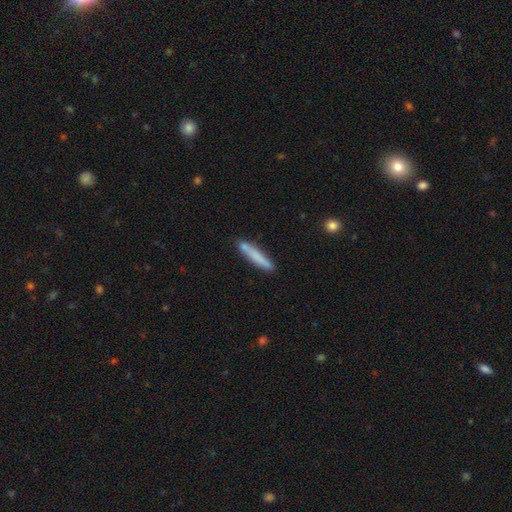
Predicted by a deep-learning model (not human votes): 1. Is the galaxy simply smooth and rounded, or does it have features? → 76% smooth, 18% featured or disk, 6% star or artifact.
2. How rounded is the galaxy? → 93% cigar-shaped, 5% in between, 1% round.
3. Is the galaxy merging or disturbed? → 80% none, 13% minor disturbance, 5% merger, 2% major disturbance.